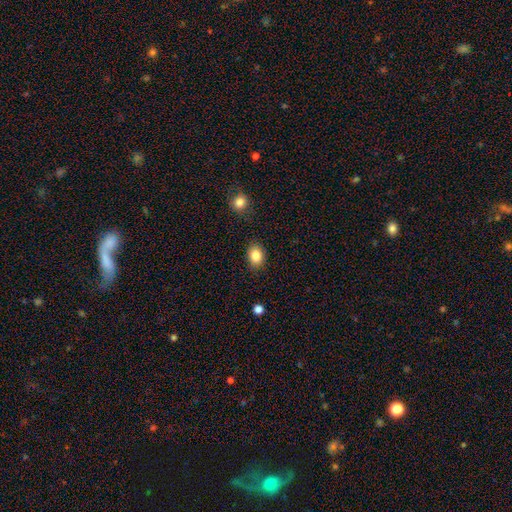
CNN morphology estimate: smooth 86%, star or artifact 9%, featured or disk 5%. Down the decision tree: how rounded — in between (66%); merging — none (85%).